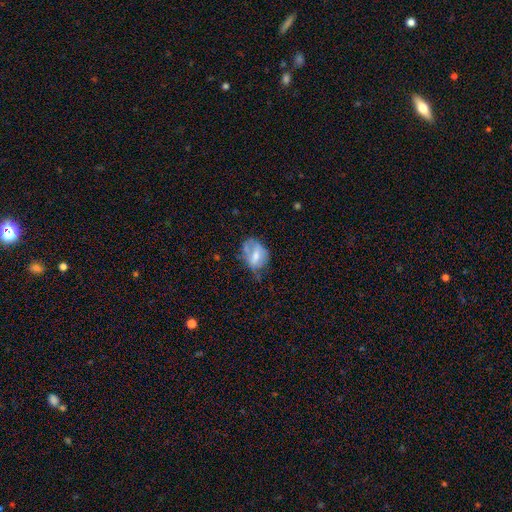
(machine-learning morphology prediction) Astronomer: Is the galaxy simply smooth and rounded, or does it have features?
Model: smooth — 50% (runner-up: featured or disk, 41%).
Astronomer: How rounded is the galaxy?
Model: in between — 70%.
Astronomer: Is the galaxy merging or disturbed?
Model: none — 36% (runner-up: minor disturbance, 34%).